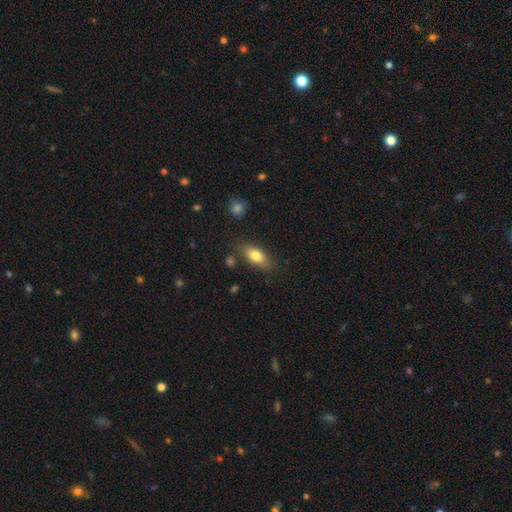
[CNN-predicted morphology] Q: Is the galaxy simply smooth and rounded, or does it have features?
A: smooth — 77%.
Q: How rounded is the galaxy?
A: in between — 82%.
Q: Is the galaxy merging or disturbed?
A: none — 78%.